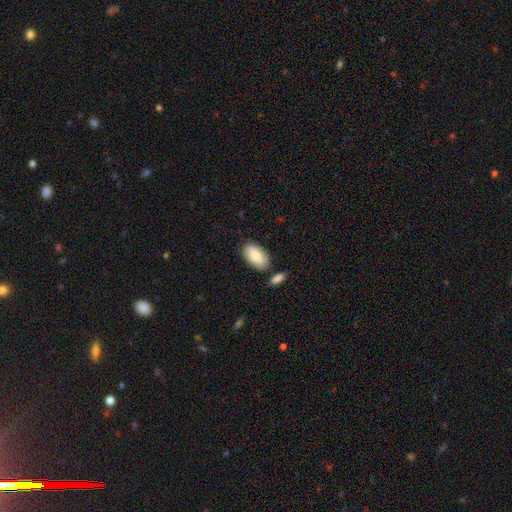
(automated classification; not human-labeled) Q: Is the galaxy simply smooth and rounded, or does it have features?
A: smooth — 83%.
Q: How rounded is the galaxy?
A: in between — 95%.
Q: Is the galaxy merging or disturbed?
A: none — 75%.